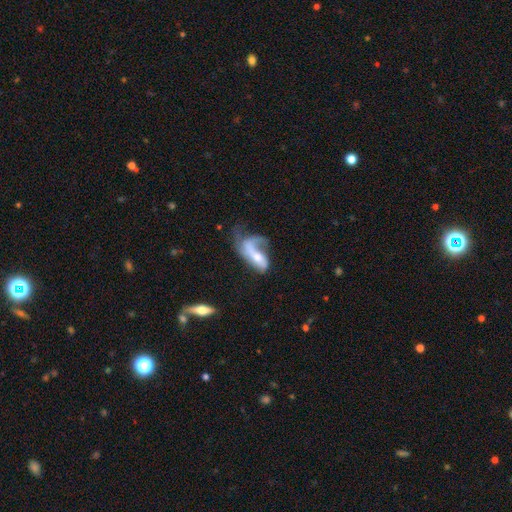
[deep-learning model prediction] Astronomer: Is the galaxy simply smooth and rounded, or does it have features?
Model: featured or disk — 62%.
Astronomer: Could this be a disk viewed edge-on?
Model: no — 91%.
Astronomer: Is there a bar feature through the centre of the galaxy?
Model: no — 52% (runner-up: weak, 31%).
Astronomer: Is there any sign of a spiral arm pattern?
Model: yes — 67%.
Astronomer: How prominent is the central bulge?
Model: moderate — 47% (runner-up: small, 34%).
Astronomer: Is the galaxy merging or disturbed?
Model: major disturbance — 51%.